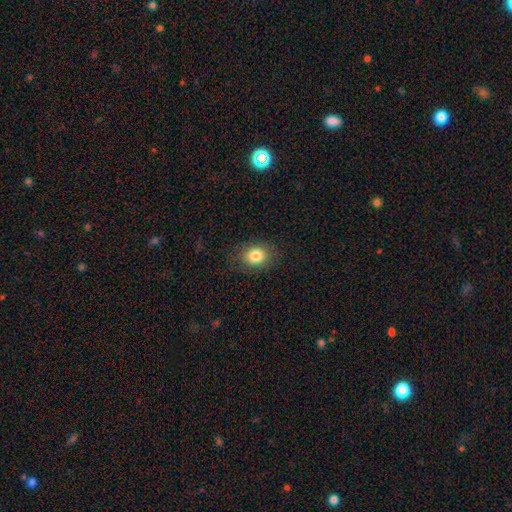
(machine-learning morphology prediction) This appears to be a smooth galaxy with no disk features (82%) that is round (50%). Merging: none (84%).